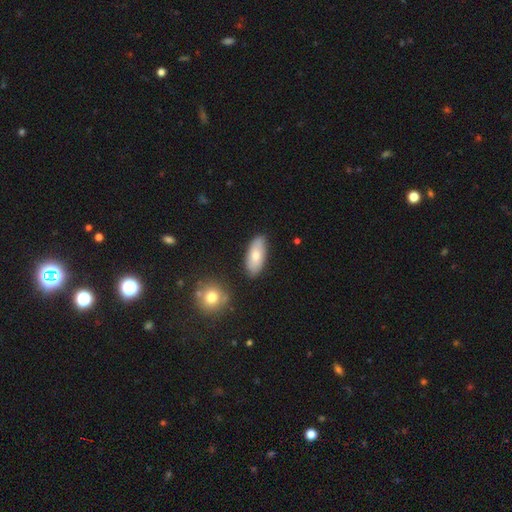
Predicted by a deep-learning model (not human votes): smooth-or-featured: smooth: 72% | featured or disk: 22% | star or artifact: 6%
  how-rounded: in between: 87% | cigar-shaped: 10% | round: 3%
  merging: none: 83% | minor disturbance: 12% | merger: 3% | major disturbance: 2%